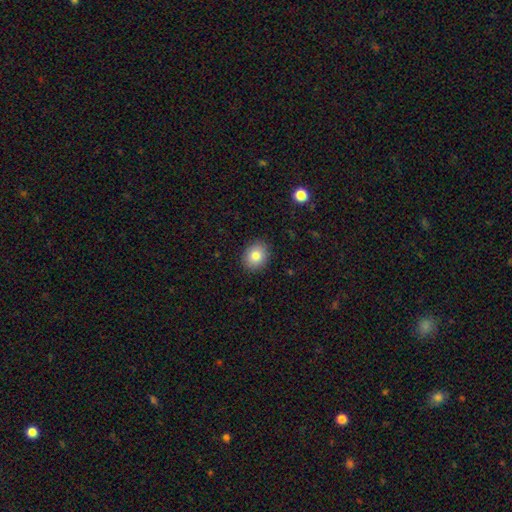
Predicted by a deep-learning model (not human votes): This is clearly a smooth galaxy (82%). How rounded: possibly round (58%). Merging: clearly none (90%).